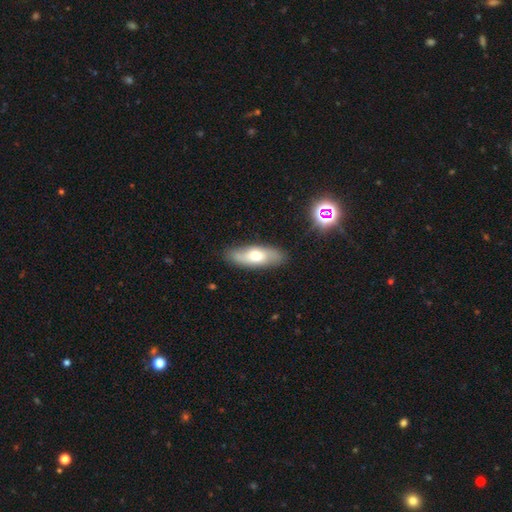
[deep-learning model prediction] Smooth or featured: smooth — 58% (featured or disk — 35%)
How rounded: in between — 65% (cigar-shaped — 33%)
Merging: none — 83% (minor disturbance — 13%)